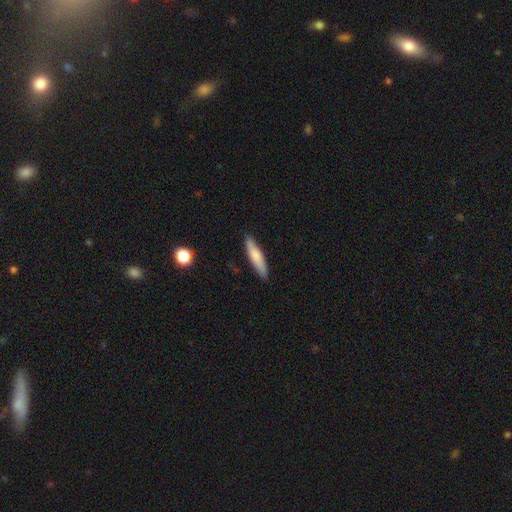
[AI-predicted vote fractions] Smooth or featured? Predicted: smooth (p=0.74). How rounded? Predicted: cigar-shaped (p=0.82). Merging? Predicted: none (p=0.87).